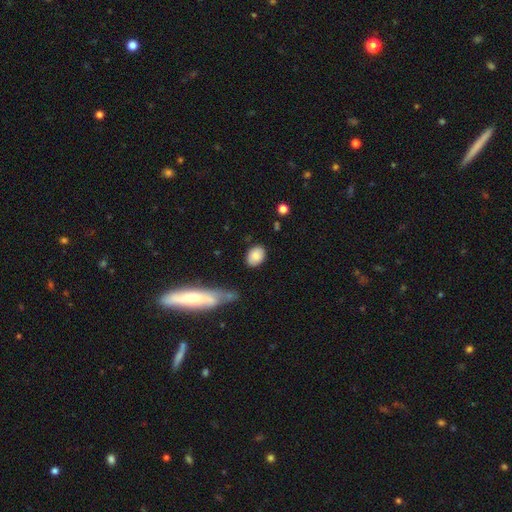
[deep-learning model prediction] A smooth galaxy with no disk features (82%) that is in between round and cigar-shaped (73%).

Vote fractions:
- Smooth or featured? smooth: 82% / featured or disk: 10% / star or artifact: 8%
- How rounded? in between: 73% / round: 25% / cigar-shaped: 2%
- Merging? none: 80% / minor disturbance: 13% / merger: 4% / major disturbance: 3%